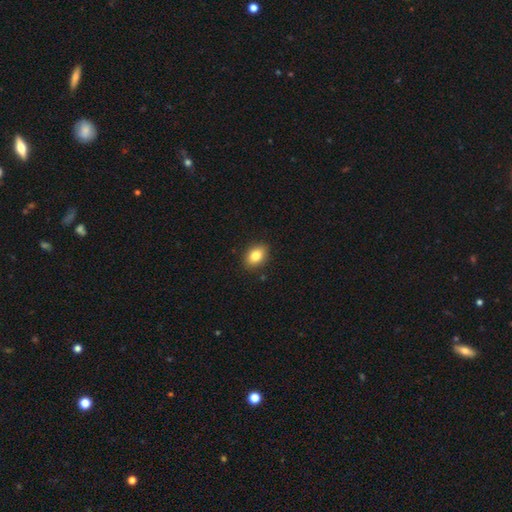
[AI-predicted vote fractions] Morphology: type=smooth (84%); roundness=in between (78%); merging=none (89%).